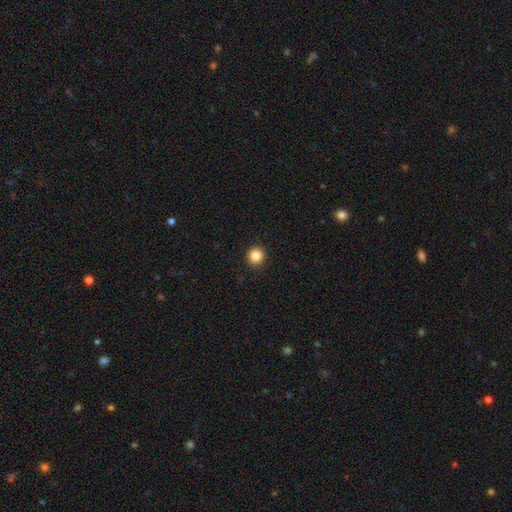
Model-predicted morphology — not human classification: Smooth or featured? smooth (86%)
How rounded? round (93%)
Merging? none (93%)